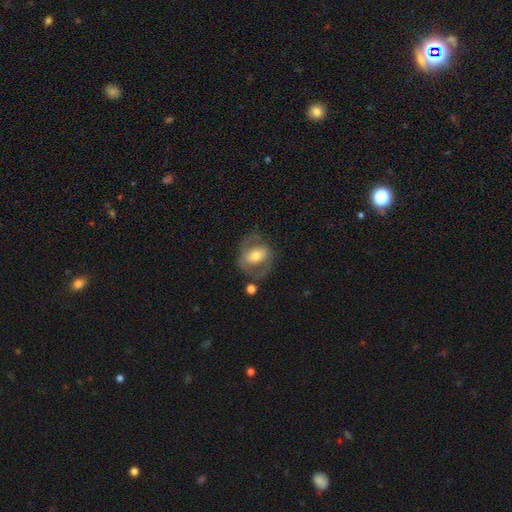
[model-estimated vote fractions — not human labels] The model was most divided on "spiral arms": yes: 51%, no: 49%. Remaining: edge-on disk — no (95%); bulge size — moderate (65%); merging — none (59%); smooth or featured — featured or disk (56%); bar — no (45%).